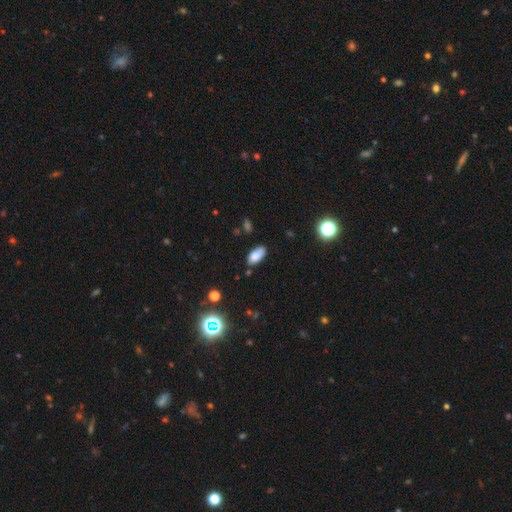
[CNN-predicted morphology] smooth-or-featured: smooth: 82% | star or artifact: 10% | featured or disk: 8%
  how-rounded: in between: 91% | cigar-shaped: 6% | round: 3%
  merging: none: 74% | minor disturbance: 19% | major disturbance: 4% | merger: 3%